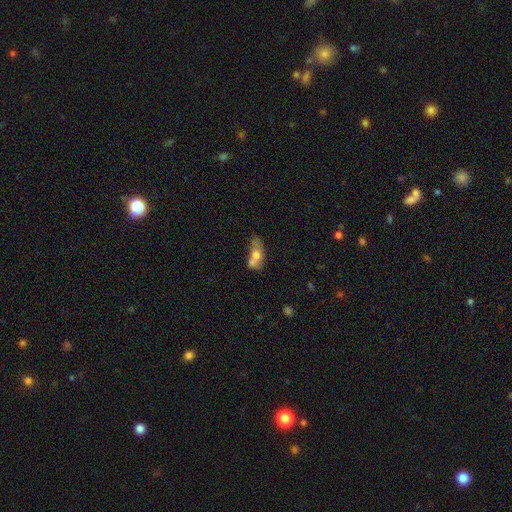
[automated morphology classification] Q: Smooth or featured?
A: smooth (58%); runner-up: featured or disk (33%)
Q: How rounded?
A: in between (75%); runner-up: round (13%)
Q: Merging?
A: merger (54%); runner-up: none (22%)